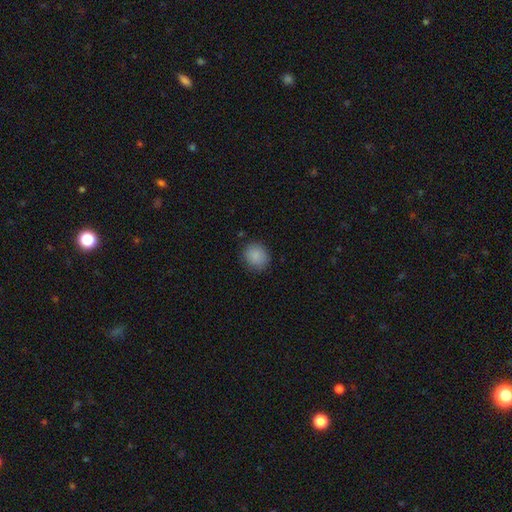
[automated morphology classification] A smooth galaxy with no disk features (88%) that is round (78%).

Vote fractions:
- Smooth or featured? smooth: 88% / star or artifact: 9% / featured or disk: 3%
- How rounded? round: 78% / in between: 21% / cigar-shaped: 1%
- Merging? none: 86% / minor disturbance: 10% / major disturbance: 3% / merger: 1%